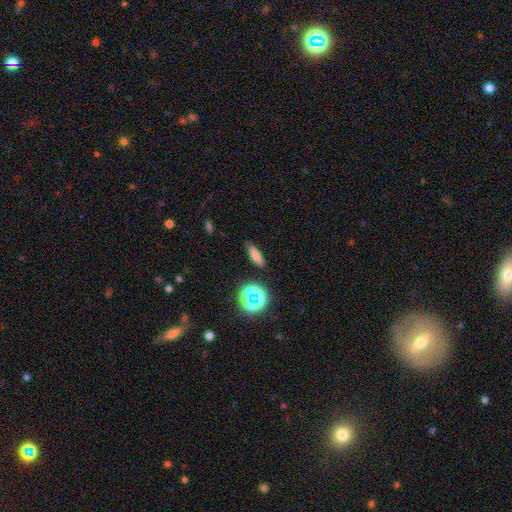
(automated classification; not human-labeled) Smooth or featured? smooth (74%)
How rounded? cigar-shaped (53%)
Merging? none (86%)